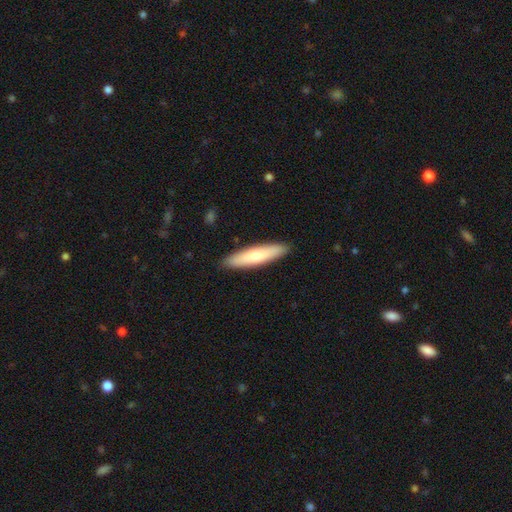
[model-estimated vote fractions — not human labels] This appears to be a smooth galaxy with no disk features (74%) that is cigar-shaped (79%). Merging: none (90%).